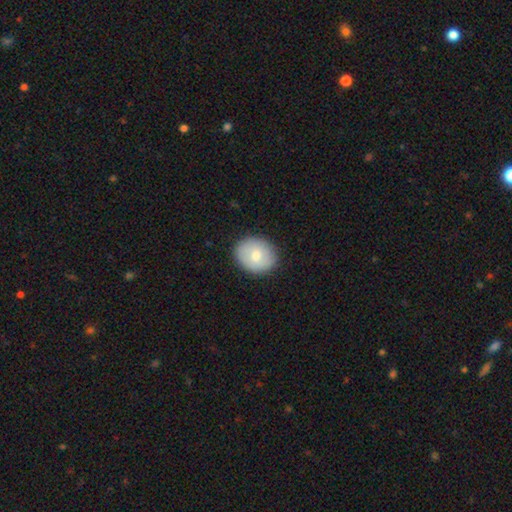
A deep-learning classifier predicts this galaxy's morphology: Smooth or featured?
  - smooth: 73% *
  - featured or disk: 20%
  - star or artifact: 7%
How rounded?
  - round: 54% *
  - in between: 45%
  - cigar-shaped: 1%
Merging?
  - none: 87% *
  - minor disturbance: 10%
  - major disturbance: 2%
  - merger: 1%